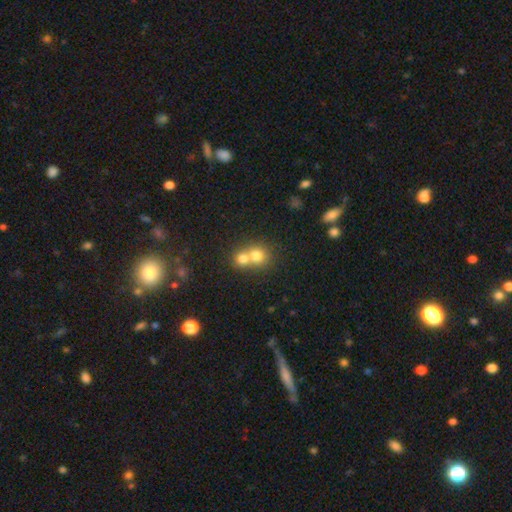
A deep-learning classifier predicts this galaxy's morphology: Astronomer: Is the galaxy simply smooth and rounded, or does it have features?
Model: smooth — 74%.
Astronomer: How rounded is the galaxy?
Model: round — 81%.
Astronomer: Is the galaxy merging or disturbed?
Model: merger — 65%.